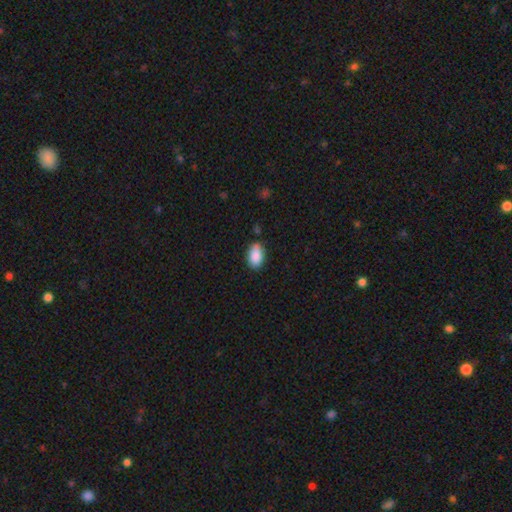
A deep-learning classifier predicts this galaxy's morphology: Smooth or featured? smooth (88%)
How rounded? in between (91%)
Merging? none (75%)